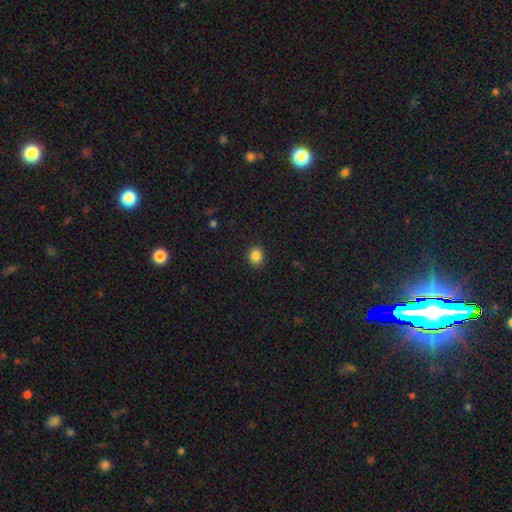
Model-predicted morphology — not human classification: The model was most divided on "how rounded": round: 67%, in between: 32%, cigar-shaped: 1%. More confident: merging — none (90%); smooth or featured — smooth (86%).